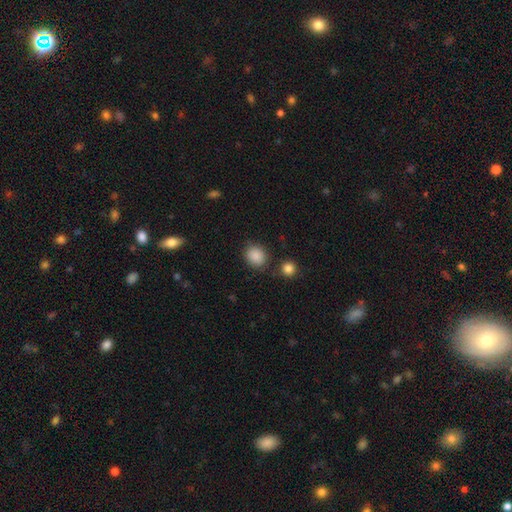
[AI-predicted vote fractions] smooth-or-featured: smooth: 88% | star or artifact: 9% | featured or disk: 4%
  how-rounded: round: 63% | in between: 36% | cigar-shaped: 1%
  merging: none: 80% | minor disturbance: 12% | merger: 4% | major disturbance: 4%